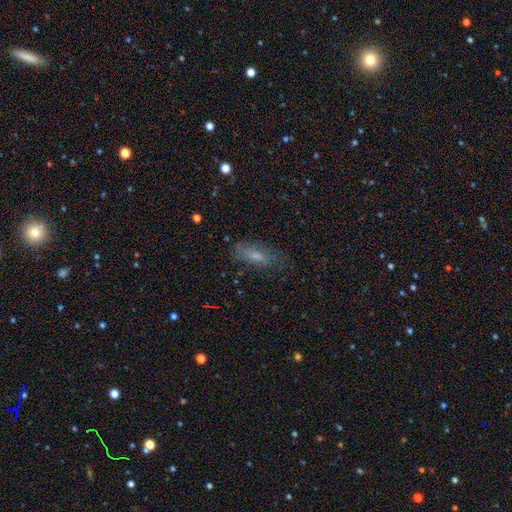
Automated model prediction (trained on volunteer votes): Overall: smooth (64%; featured or disk 25%). How rounded: in between (62%; cigar-shaped 35%). Merging: none (71%).